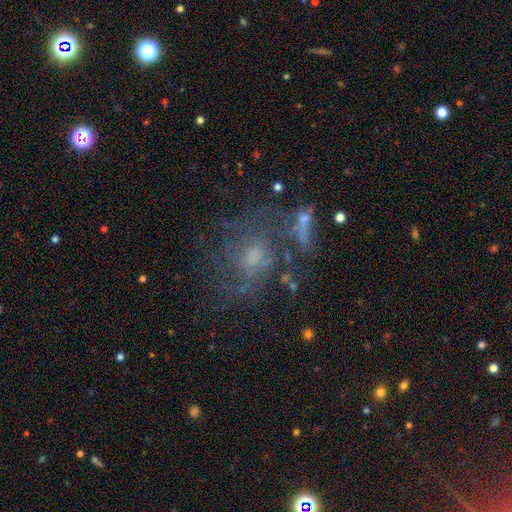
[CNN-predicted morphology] Smooth or featured? featured or disk (55%)
Edge-on disk? no (95%)
Bar? no (69%)
Spiral arms? yes (71%)
Bulge size? small (42%)
Merging? none (55%)